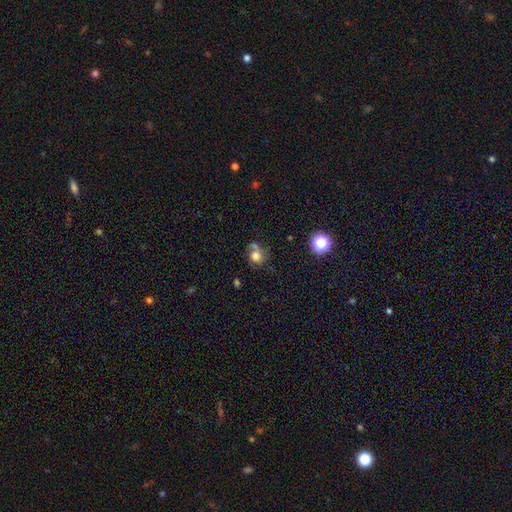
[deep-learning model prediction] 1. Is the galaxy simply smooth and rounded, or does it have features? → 58% smooth, 28% featured or disk, 14% star or artifact.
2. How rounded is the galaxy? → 72% round, 27% in between, 1% cigar-shaped.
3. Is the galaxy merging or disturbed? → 44% none, 21% minor disturbance, 19% major disturbance, 17% merger.